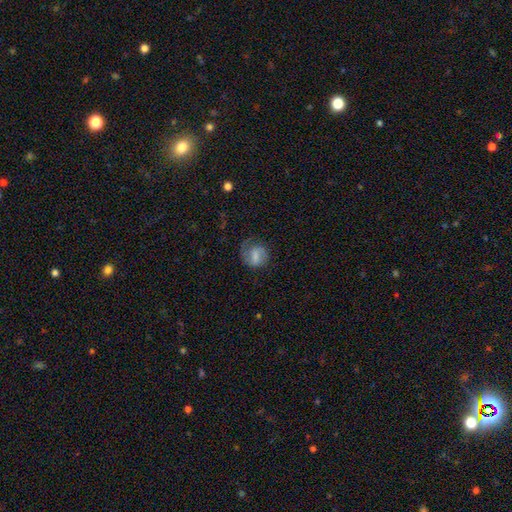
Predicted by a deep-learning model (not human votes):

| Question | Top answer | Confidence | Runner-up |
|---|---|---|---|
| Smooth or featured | featured or disk | 52% | smooth (40%) |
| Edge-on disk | no | 97% | yes (3%) |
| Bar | weak | 48% | strong (30%) |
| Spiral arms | yes | 82% | no (18%) |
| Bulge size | none | 33% | small (28%) |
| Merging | none | 52% | major disturbance (23%) |